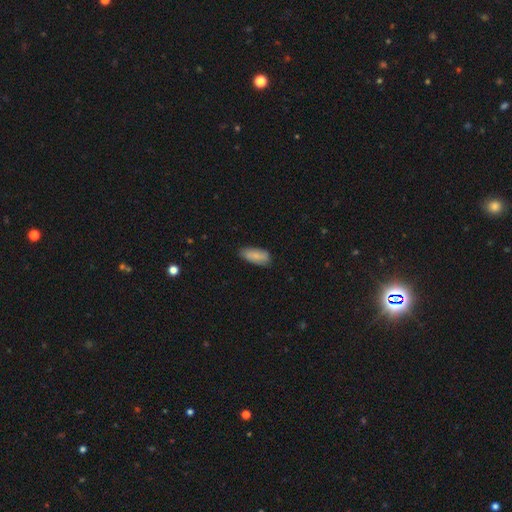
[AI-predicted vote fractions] Overall: smooth (85%). How rounded: in between (84%). Merging: none (79%).